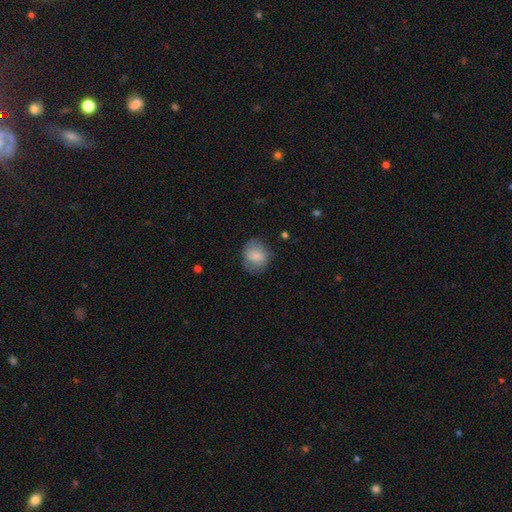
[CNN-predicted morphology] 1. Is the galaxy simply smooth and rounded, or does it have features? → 82% smooth, 11% featured or disk, 8% star or artifact.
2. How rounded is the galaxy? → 62% round, 37% in between, 1% cigar-shaped.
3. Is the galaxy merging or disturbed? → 71% none, 20% minor disturbance, 7% major disturbance, 1% merger.